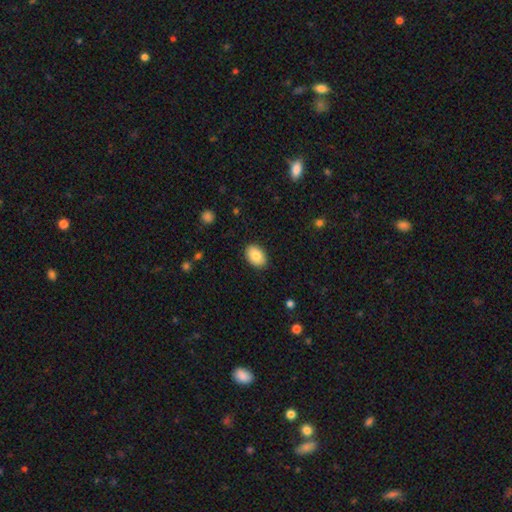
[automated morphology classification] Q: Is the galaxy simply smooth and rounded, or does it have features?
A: smooth — 85%.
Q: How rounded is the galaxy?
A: in between — 86%.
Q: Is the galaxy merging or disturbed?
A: none — 88%.